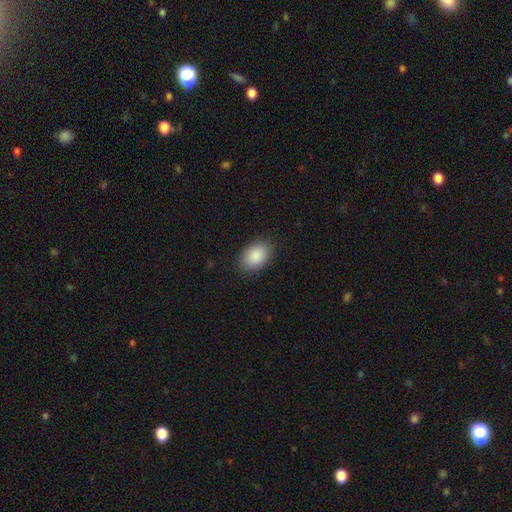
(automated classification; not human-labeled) Smooth or featured? Predicted: smooth (p=0.89). How rounded? Predicted: in between (p=0.84). Merging? Predicted: none (p=0.87).